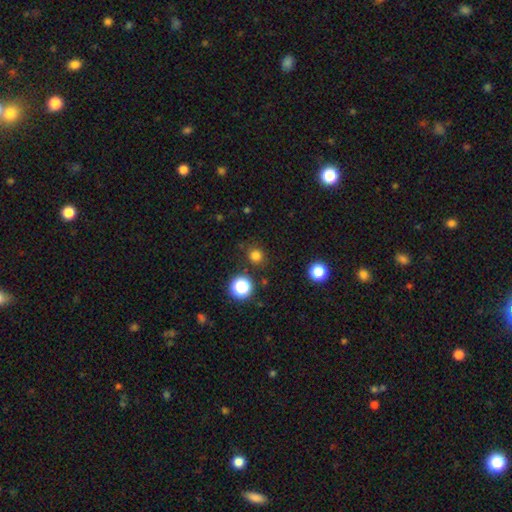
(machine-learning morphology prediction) The model was most divided on "smooth or featured": smooth: 78%, star or artifact: 18%, featured or disk: 4%. More confident: how rounded — round (90%); merging — none (87%).